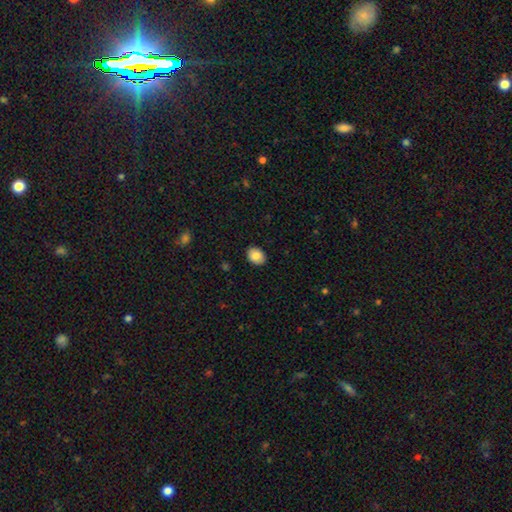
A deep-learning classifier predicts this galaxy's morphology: Smooth or featured? Predicted: smooth (p=0.83). How rounded? Predicted: in between (p=0.60). Merging? Predicted: none (p=0.89).